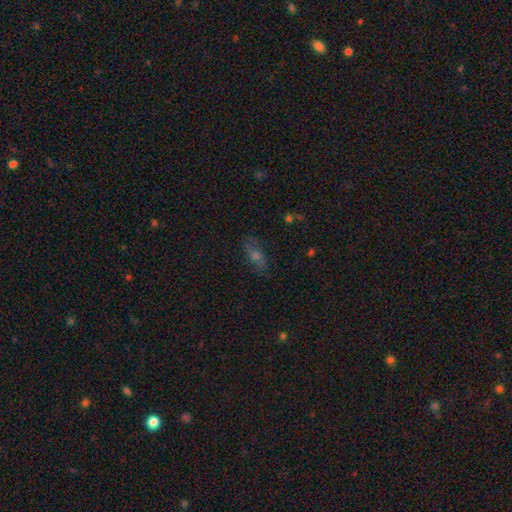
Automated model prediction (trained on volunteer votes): Smooth or featured?
  - smooth: 42% *
  - featured or disk: 35%
  - star or artifact: 23%
Merging?
  - none: 80% *
  - minor disturbance: 14%
  - major disturbance: 5%
  - merger: 2%